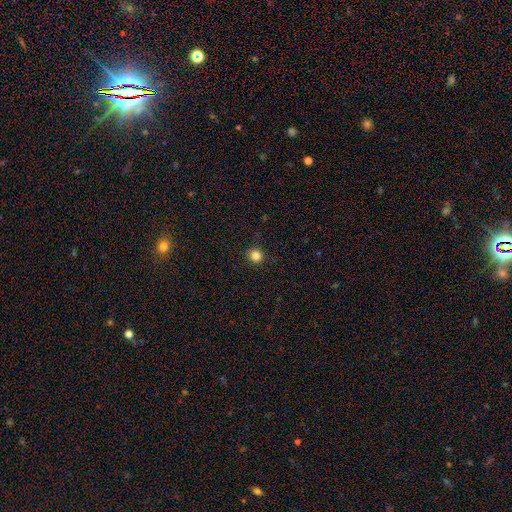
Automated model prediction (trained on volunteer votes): The model was most divided on "smooth or featured": smooth: 84%, star or artifact: 12%, featured or disk: 4%. More confident: merging — none (90%); how rounded — round (89%).